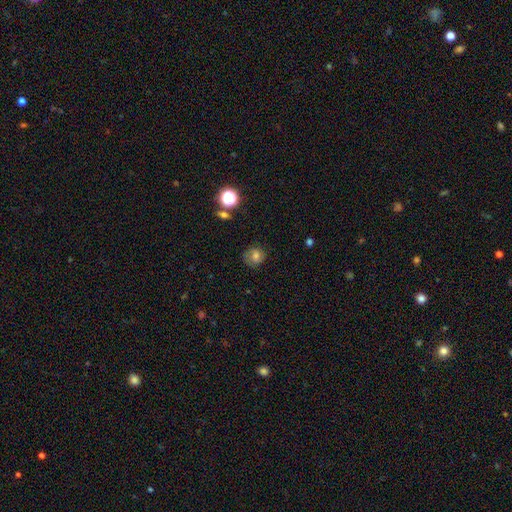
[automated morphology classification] The model was most divided on "smooth or featured": smooth: 69%, featured or disk: 17%, star or artifact: 14%. More confident: how rounded — round (81%); merging — none (77%).